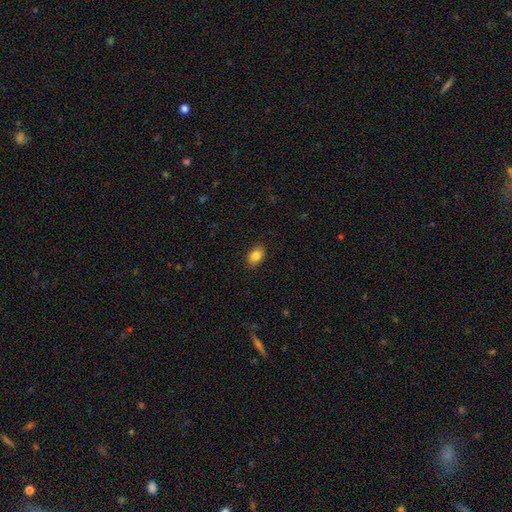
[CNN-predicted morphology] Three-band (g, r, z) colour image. It shows a smooth galaxy with no disk features (85%) that is in between round and cigar-shaped (77%). Merging: none (88%).